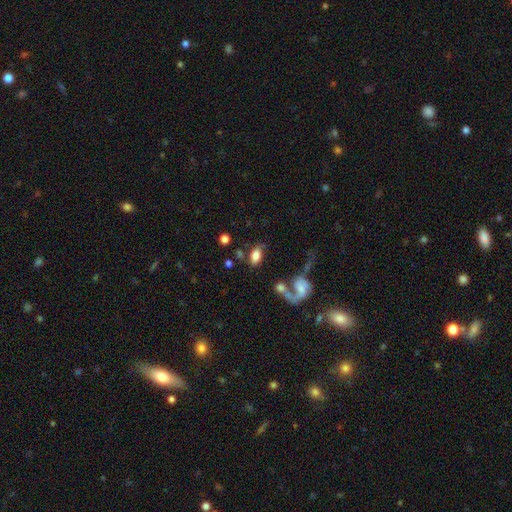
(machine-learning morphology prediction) Smooth or featured? Predicted: smooth (p=0.74). How rounded? Predicted: in between (p=0.89). Merging? Predicted: none (p=0.60).